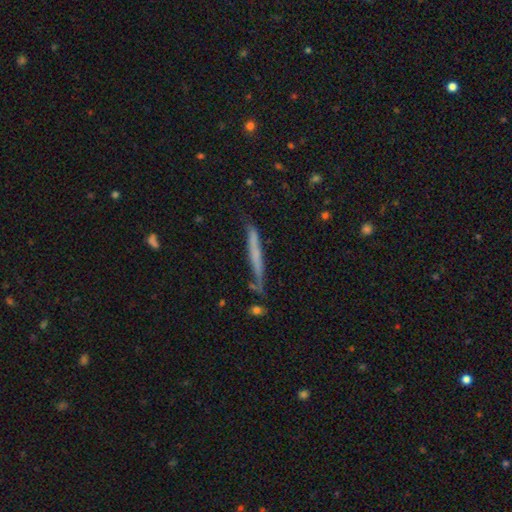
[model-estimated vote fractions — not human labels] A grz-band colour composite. It shows a smooth galaxy with no disk features (53%) that is cigar-shaped (95%). Merging: none (67%).